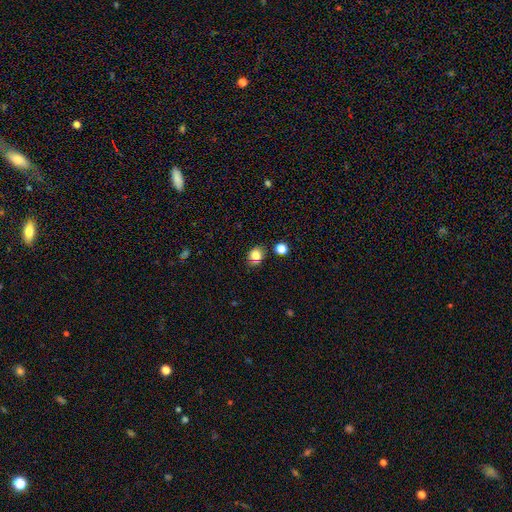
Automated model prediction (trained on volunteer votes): Morphology: type=smooth (80%); roundness=round (53%); merging=none (75%).